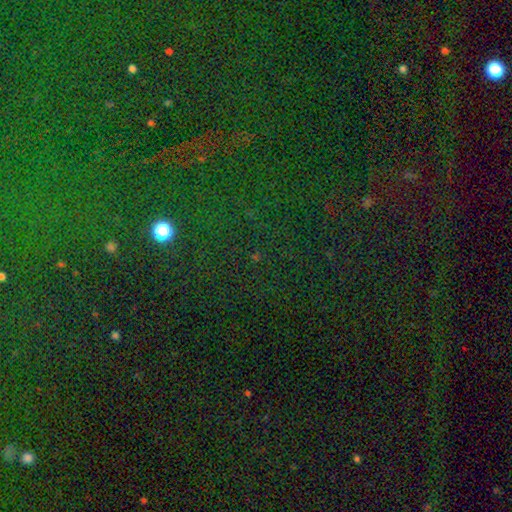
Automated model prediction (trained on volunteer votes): This appears to be a star or artifact, not a galaxy (81%).